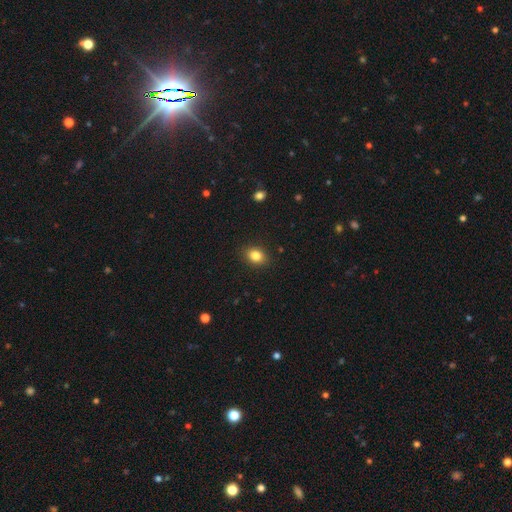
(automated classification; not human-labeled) Smooth or featured? Predicted: smooth (p=0.84). How rounded? Predicted: in between (p=0.59). Merging? Predicted: none (p=0.89).